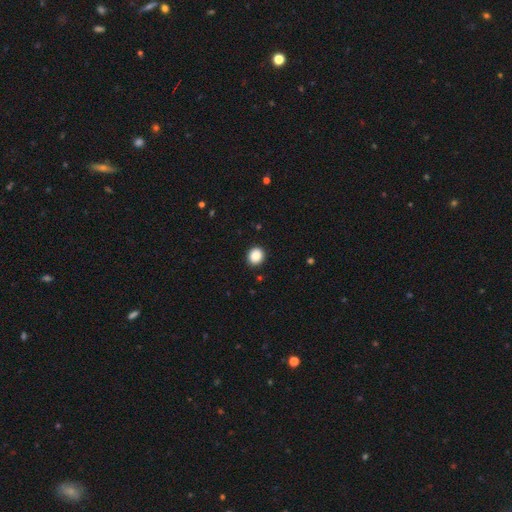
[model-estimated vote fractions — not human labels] A smooth galaxy with no disk features (87%) that is round (79%).

Vote fractions:
- Smooth or featured? smooth: 87% / star or artifact: 9% / featured or disk: 4%
- How rounded? round: 79% / in between: 20% / cigar-shaped: 1%
- Merging? none: 92% / minor disturbance: 6% / major disturbance: 2% / merger: 1%